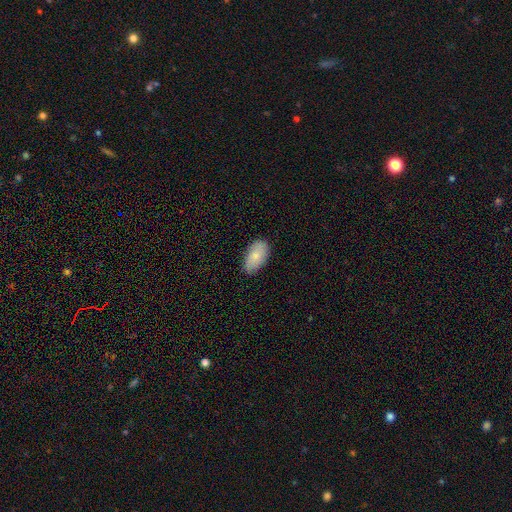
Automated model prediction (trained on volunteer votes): Smooth or featured? smooth (78%)
How rounded? in between (94%)
Merging? none (74%)